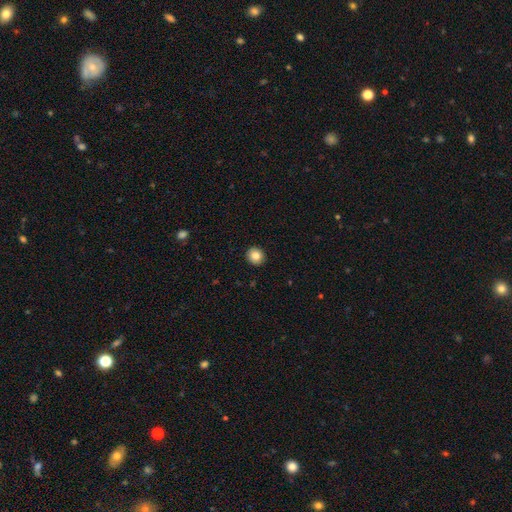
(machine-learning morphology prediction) Smooth or featured: smooth — 83% (star or artifact — 9%)
How rounded: round — 85% (in between — 14%)
Merging: none — 93% (minor disturbance — 5%)